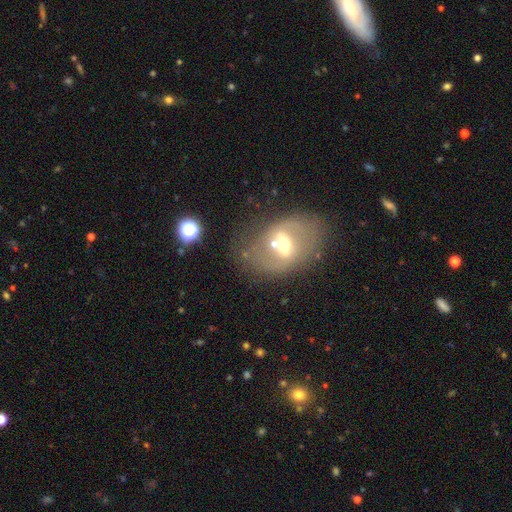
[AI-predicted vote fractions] The model was most divided on "spiral arms": yes: 51%, no: 49%. Remaining: edge-on disk — no (93%); smooth or featured — featured or disk (67%); bulge size — moderate (65%); merging — none (63%); bar — weak (45%).